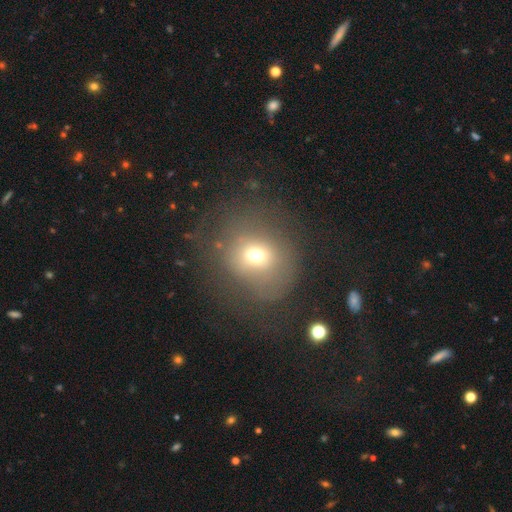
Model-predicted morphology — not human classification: Smooth or featured: smooth — 63% (featured or disk — 20%)
How rounded: round — 77% (in between — 22%)
Merging: none — 58% (major disturbance — 21%)